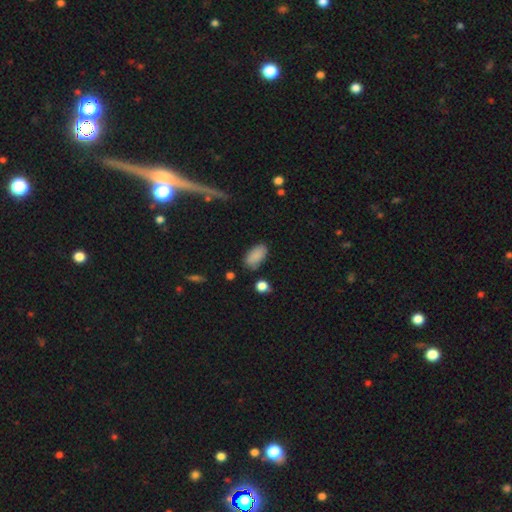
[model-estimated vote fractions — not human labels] A smooth galaxy with no disk features (87%) that is in between round and cigar-shaped (93%). Merging: none (79%).